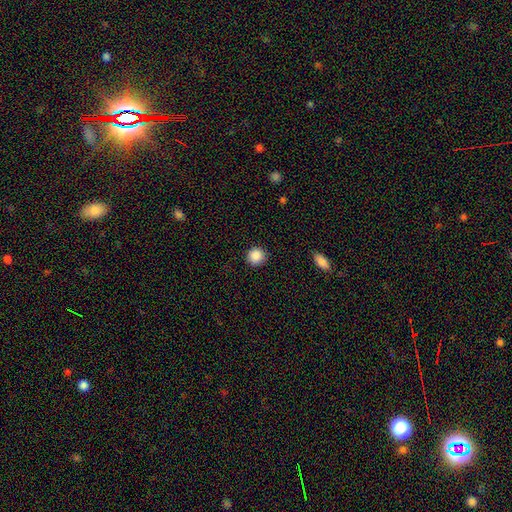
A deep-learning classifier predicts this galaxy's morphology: Smooth or featured?
  - smooth: 88% *
  - star or artifact: 9%
  - featured or disk: 3%
How rounded?
  - round: 92% *
  - in between: 7%
  - cigar-shaped: 1%
Merging?
  - none: 90% *
  - minor disturbance: 7%
  - major disturbance: 2%
  - merger: 1%